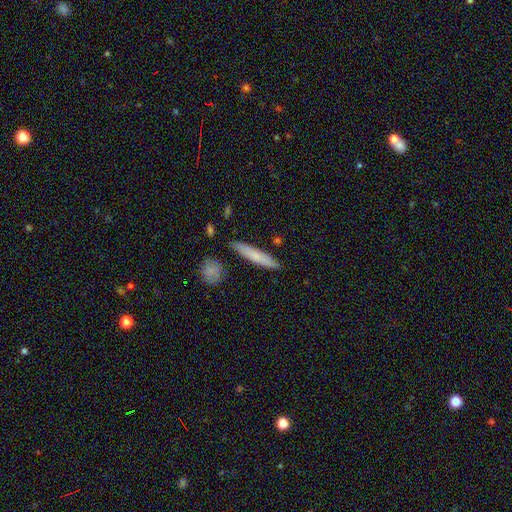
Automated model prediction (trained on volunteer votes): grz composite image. It shows a smooth galaxy with no disk features (73%) that is cigar-shaped (90%). Merging: none (84%).